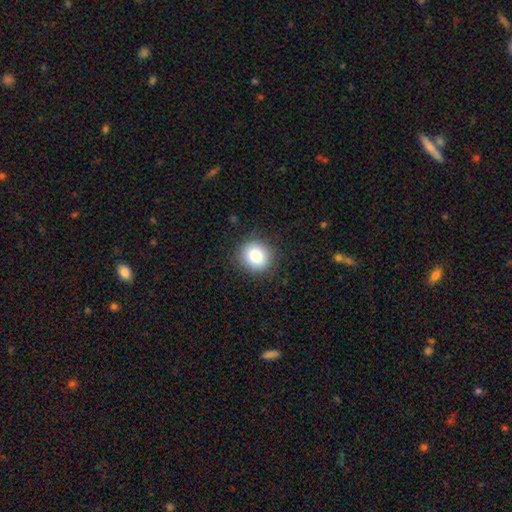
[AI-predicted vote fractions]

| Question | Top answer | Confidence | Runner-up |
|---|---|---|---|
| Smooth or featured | smooth | 83% | star or artifact (10%) |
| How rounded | round | 87% | in between (13%) |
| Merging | none | 88% | minor disturbance (8%) |